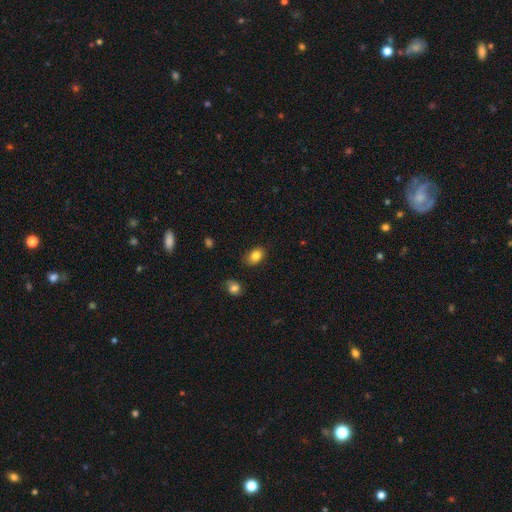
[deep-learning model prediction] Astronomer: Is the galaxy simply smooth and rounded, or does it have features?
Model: smooth — 84%.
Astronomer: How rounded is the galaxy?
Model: in between — 79%.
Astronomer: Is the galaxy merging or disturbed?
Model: none — 81%.